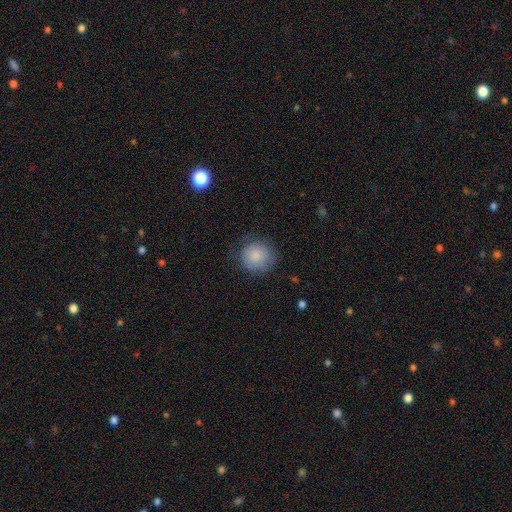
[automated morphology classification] smooth_or_featured: smooth (p=0.86) [alt: star or artifact p=0.07]
how_rounded: round (p=0.92) [alt: in between p=0.07]
merging: none (p=0.77) [alt: minor disturbance p=0.17]